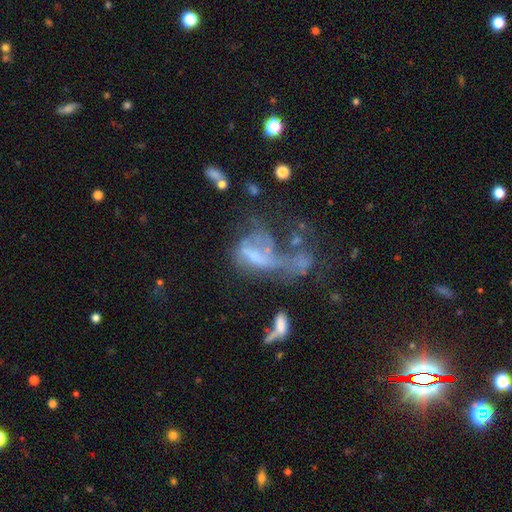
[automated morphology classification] type=featured or disk (52%); edge-on=no (94%); merging=major disturbance (44%).